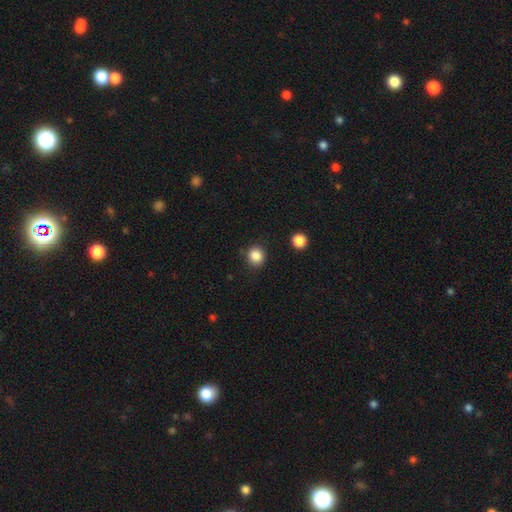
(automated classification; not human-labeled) The model was most divided on "how rounded": round: 87%, in between: 13%, cigar-shaped: 1%. More confident: merging — none (86%); smooth or featured — smooth (85%).